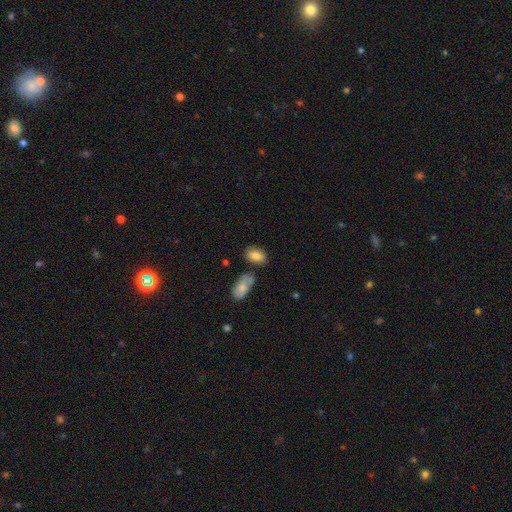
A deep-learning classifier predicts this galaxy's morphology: smooth 82%, featured or disk 10%, star or artifact 8%. Down the decision tree: how rounded — in between (89%); merging — none (68%).